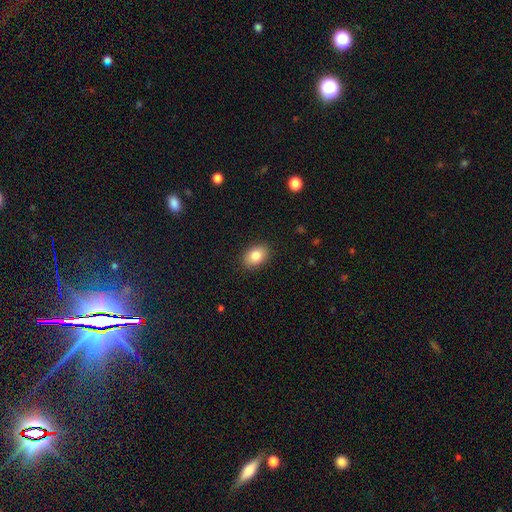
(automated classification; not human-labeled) This is clearly a smooth galaxy (85%). How rounded: clearly in between (82%). Merging: clearly none (89%).